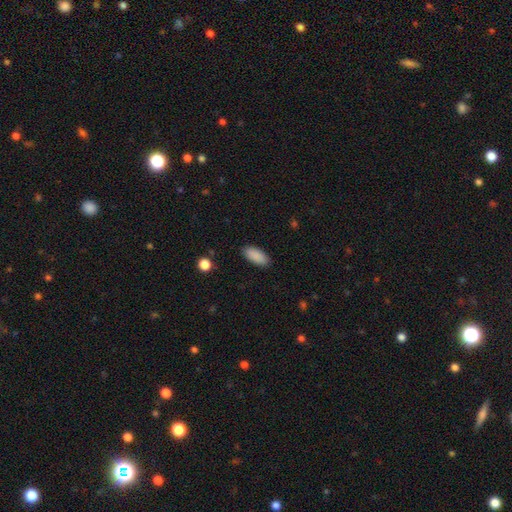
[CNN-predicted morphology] The model was most divided on "how rounded": in between: 88%, cigar-shaped: 11%, round: 2%. More confident: smooth or featured — smooth (90%); merging — none (88%).